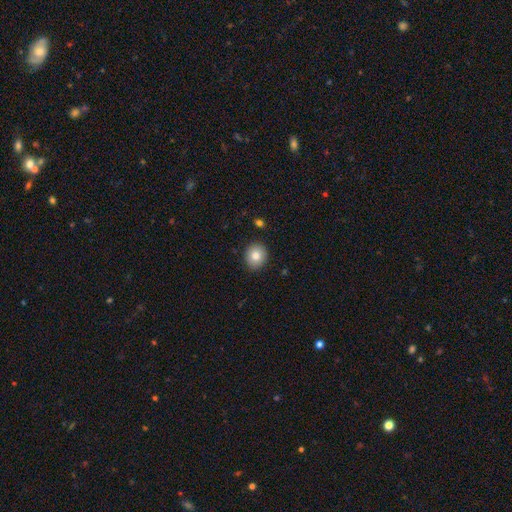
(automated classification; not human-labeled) The model was most divided on "how rounded": round: 81%, in between: 18%, cigar-shaped: 1%. More confident: merging — none (90%); smooth or featured — smooth (81%).